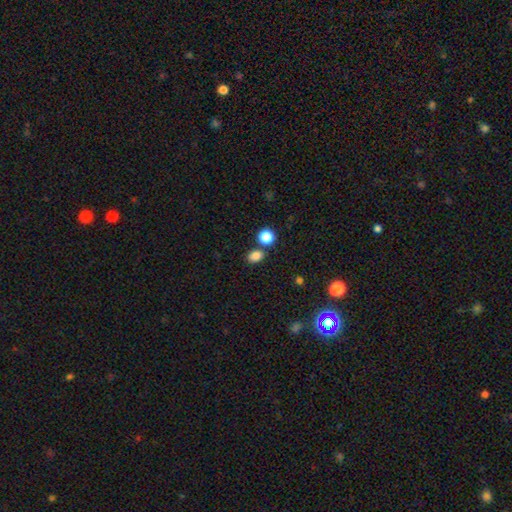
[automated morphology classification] type=smooth (82%); roundness=in between (62%); merging=none (75%).